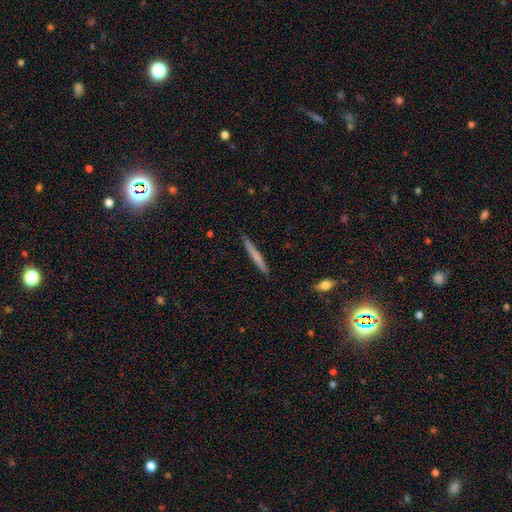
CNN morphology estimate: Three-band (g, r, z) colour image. It shows a smooth galaxy with no disk features (63%) that is cigar-shaped (96%). Merging: none (91%).